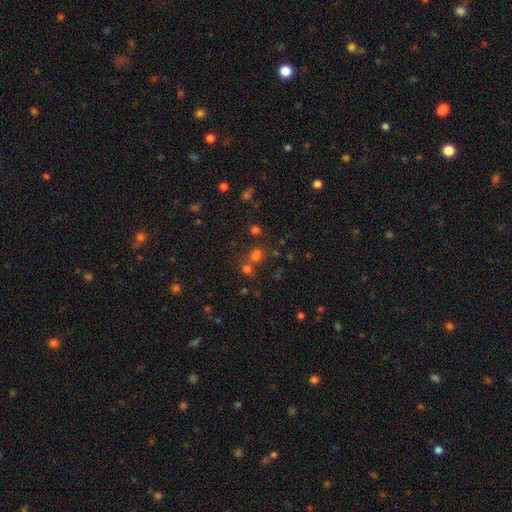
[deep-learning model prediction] Smooth or featured? Predicted: smooth (p=0.52). How rounded? Predicted: round (p=0.76). Merging? Predicted: none (p=0.61).